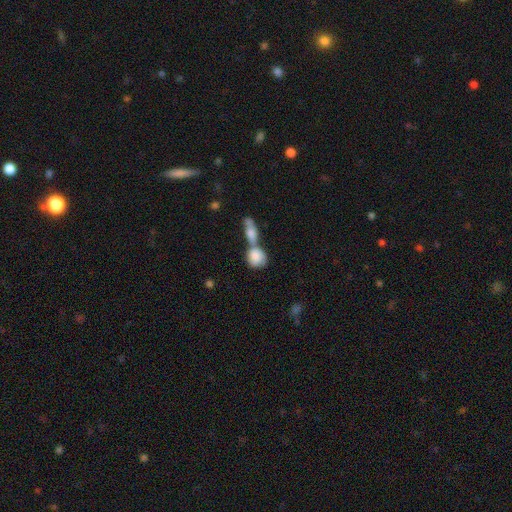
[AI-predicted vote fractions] smooth 79%, featured or disk 14%, star or artifact 6%. Down the decision tree: how rounded — round (59%); merging — merger (66%).